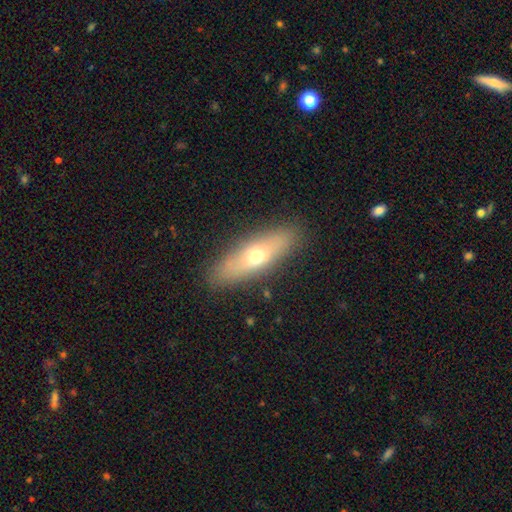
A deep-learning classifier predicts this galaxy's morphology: Smooth or featured: smooth — 58% (featured or disk — 35%)
How rounded: cigar-shaped — 50% (in between — 47%)
Merging: none — 87% (minor disturbance — 9%)